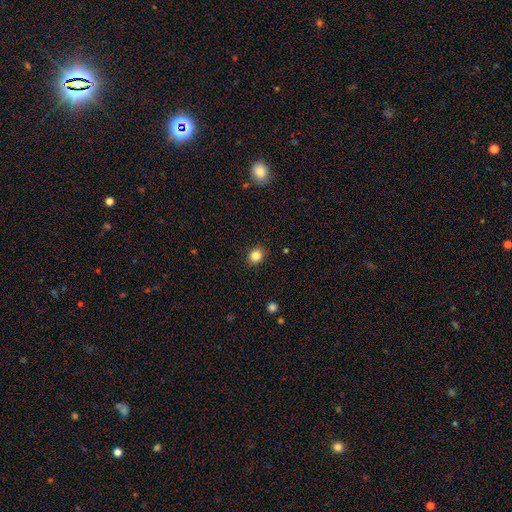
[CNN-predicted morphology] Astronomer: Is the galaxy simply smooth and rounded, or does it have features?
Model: smooth — 84%.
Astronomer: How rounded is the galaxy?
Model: round — 73%.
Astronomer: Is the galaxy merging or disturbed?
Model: none — 90%.